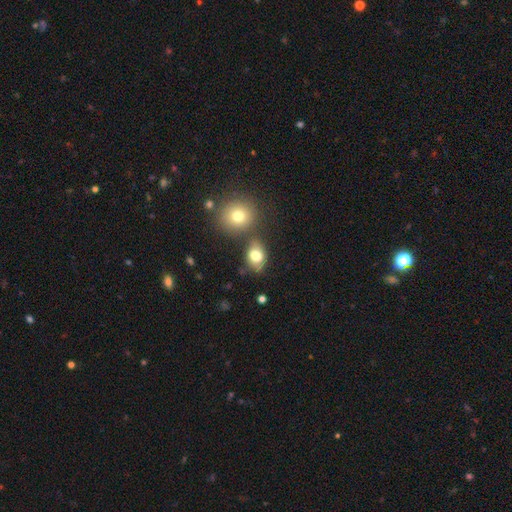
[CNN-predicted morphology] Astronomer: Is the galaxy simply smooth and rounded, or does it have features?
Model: smooth — 76%.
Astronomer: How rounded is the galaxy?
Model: in between — 68%.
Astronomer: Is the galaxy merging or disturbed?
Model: none — 63%.